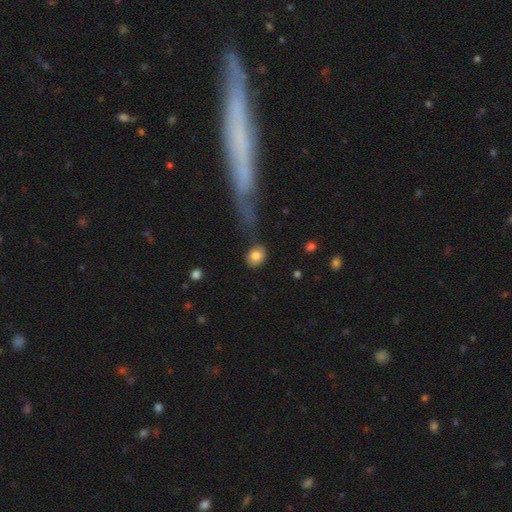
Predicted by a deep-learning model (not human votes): Smooth or featured? smooth (81%)
How rounded? round (54%)
Merging? none (71%)